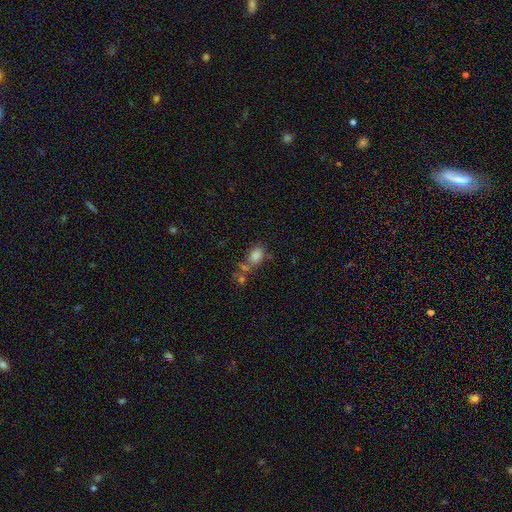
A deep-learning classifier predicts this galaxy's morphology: type=smooth (80%); roundness=in between (78%); merging=none (51%).